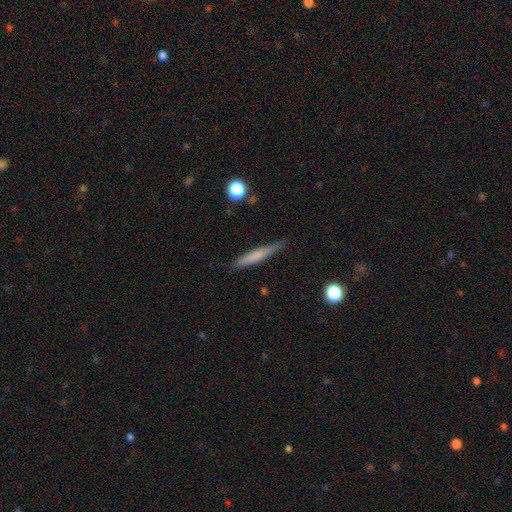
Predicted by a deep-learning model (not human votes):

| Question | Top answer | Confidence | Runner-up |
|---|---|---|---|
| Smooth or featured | smooth | 64% | featured or disk (30%) |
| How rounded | cigar-shaped | 94% | in between (4%) |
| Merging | none | 85% | minor disturbance (12%) |